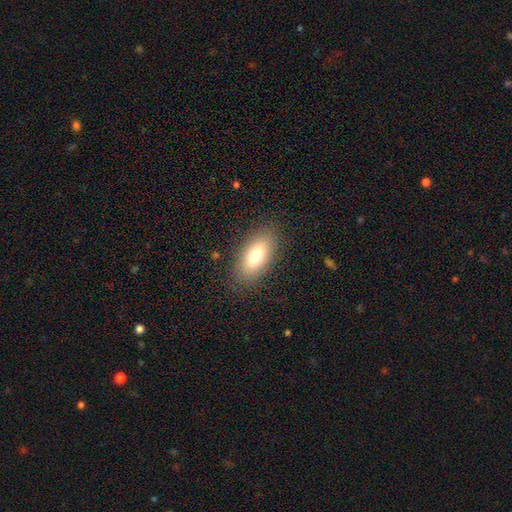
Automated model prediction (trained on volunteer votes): smooth 76%, featured or disk 16%, star or artifact 8%. Down the decision tree: how rounded — in between (87%); merging — none (85%).